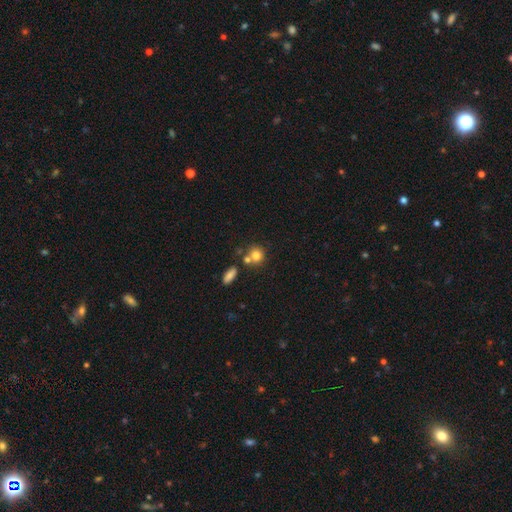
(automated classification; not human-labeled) The model was most divided on "merging": none: 55%, merger: 30%, minor disturbance: 11%, major disturbance: 4%. More confident: how rounded — round (81%); smooth or featured — smooth (78%).